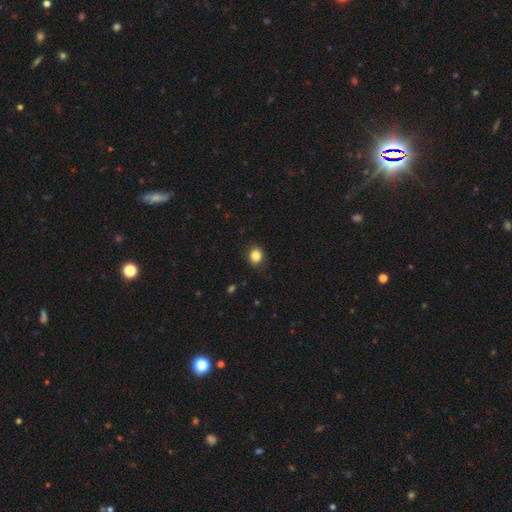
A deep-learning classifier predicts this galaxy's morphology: Smooth or featured? Predicted: smooth (p=0.85). How rounded? Predicted: round (p=0.77). Merging? Predicted: none (p=0.88).